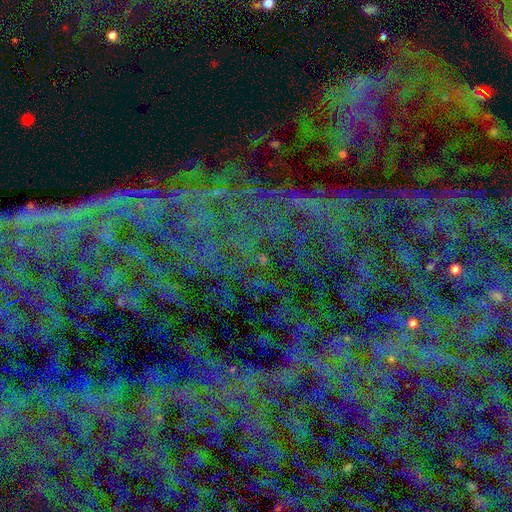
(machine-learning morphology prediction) Smooth or featured?
  - star or artifact: 82% *
  - smooth: 9%
  - featured or disk: 9%